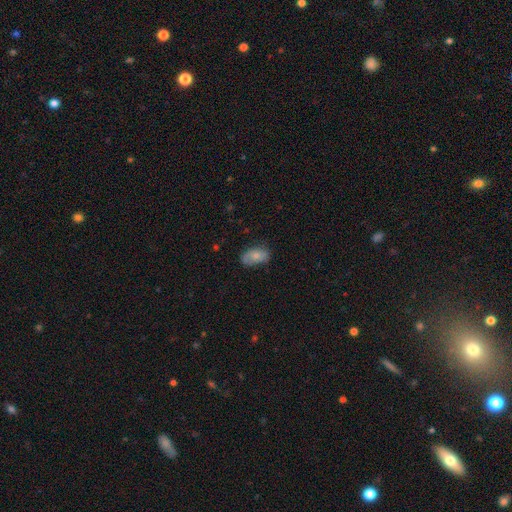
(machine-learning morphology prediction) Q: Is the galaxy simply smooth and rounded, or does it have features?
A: smooth — 70%.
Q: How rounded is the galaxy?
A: in between — 92%.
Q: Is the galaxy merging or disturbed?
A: none — 62%.